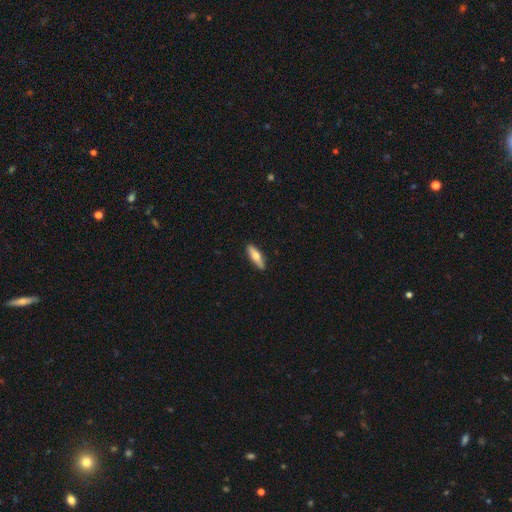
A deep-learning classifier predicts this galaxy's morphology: The model was most divided on "smooth or featured": smooth: 57%, featured or disk: 38%, star or artifact: 6%. More confident: merging — none (89%); how rounded — cigar-shaped (62%).